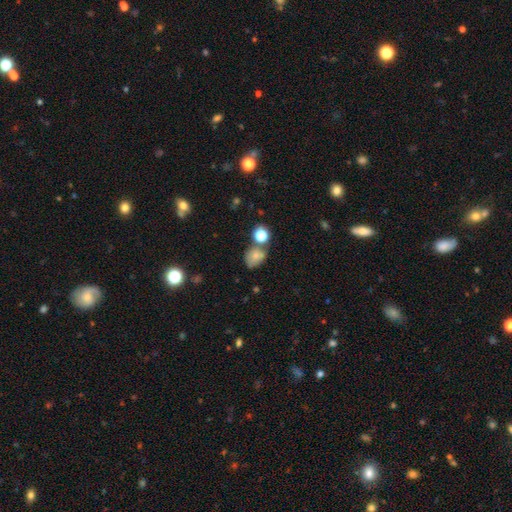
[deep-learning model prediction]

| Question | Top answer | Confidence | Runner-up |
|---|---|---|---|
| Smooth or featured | smooth | 71% | star or artifact (15%) |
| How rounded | in between | 53% | round (45%) |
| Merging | none | 48% | merger (23%) |